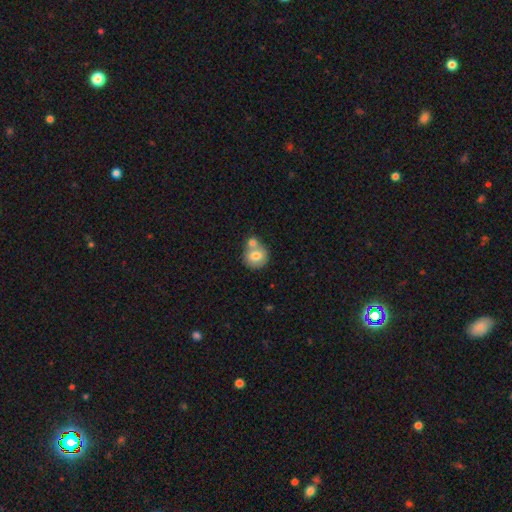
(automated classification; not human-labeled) Morphology: type=smooth (76%); roundness=round (84%); merging=merger (45%).